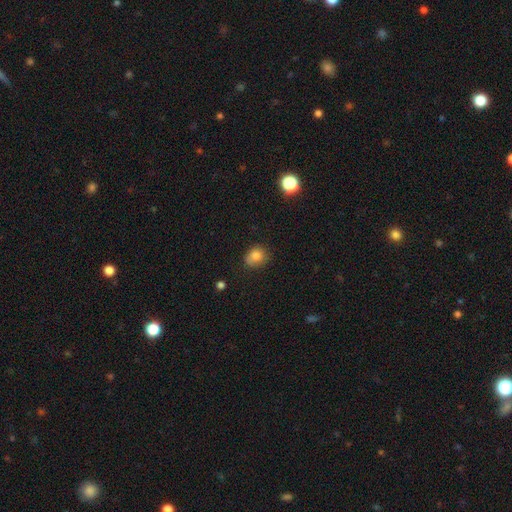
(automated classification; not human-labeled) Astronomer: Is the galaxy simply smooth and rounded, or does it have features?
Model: smooth — 81%.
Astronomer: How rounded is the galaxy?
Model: round — 58% (runner-up: in between, 41%).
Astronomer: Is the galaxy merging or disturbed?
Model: none — 67%.